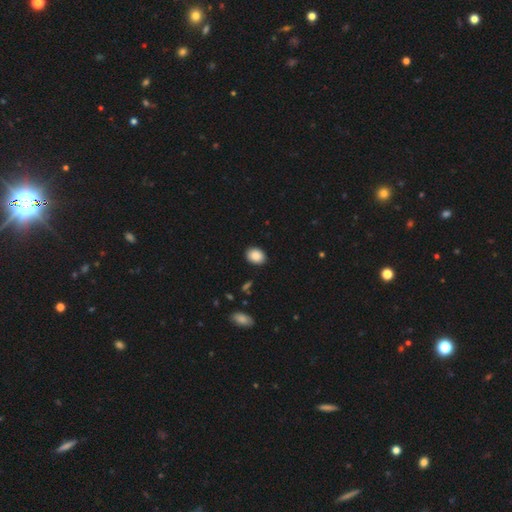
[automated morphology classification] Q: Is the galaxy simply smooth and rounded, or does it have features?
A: smooth — 89%.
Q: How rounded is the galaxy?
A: in between — 64%.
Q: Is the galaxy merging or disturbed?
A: none — 89%.